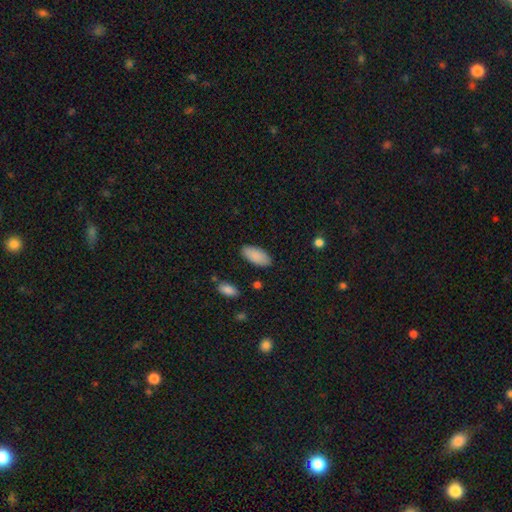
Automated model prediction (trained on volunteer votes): Smooth or featured? smooth (89%)
How rounded? in between (91%)
Merging? none (86%)